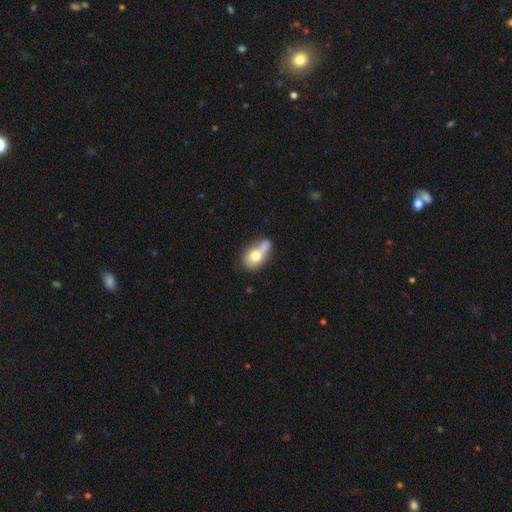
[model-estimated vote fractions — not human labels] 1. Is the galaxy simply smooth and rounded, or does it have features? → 69% smooth, 23% featured or disk, 8% star or artifact.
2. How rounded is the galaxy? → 68% in between, 28% round, 4% cigar-shaped.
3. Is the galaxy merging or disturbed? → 40% merger, 25% none, 18% minor disturbance, 16% major disturbance.